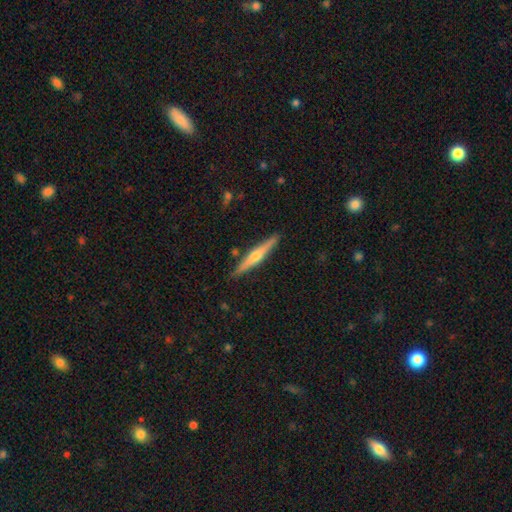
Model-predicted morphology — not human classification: This appears to be a featured or disk galaxy (66%) viewed edge-on (97%) with a rounded central bulge (89%). Merging: none (89%).